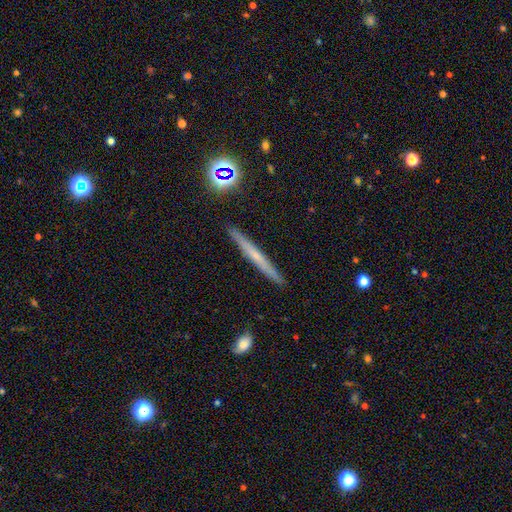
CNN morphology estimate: smooth-or-featured: featured or disk: 49% | smooth: 42% | star or artifact: 9%
  merging: none: 91% | minor disturbance: 6% | major disturbance: 1% | merger: 1%